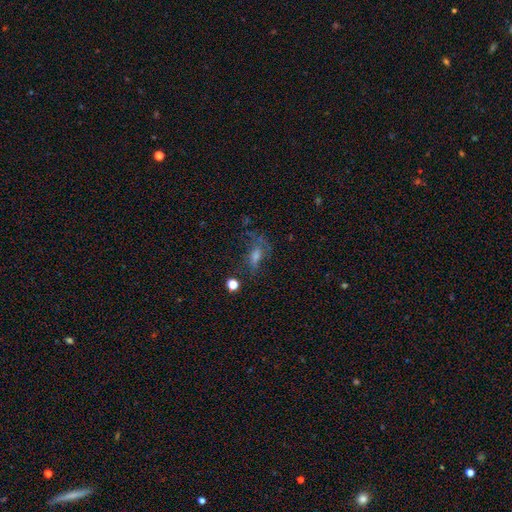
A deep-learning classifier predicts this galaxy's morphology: Smooth or featured?
  - featured or disk: 38% *
  - smooth: 34%
  - star or artifact: 28%
Merging?
  - none: 42% *
  - major disturbance: 32%
  - minor disturbance: 20%
  - merger: 5%